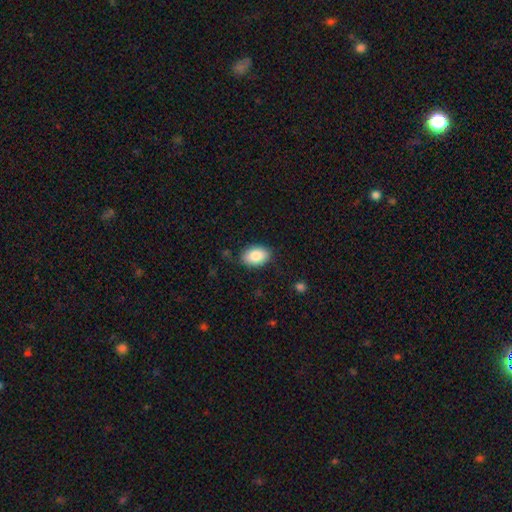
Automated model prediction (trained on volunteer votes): Smooth or featured?
  - smooth: 87% *
  - star or artifact: 7%
  - featured or disk: 6%
How rounded?
  - in between: 88% *
  - round: 10%
  - cigar-shaped: 1%
Merging?
  - none: 84% *
  - minor disturbance: 12%
  - major disturbance: 3%
  - merger: 1%